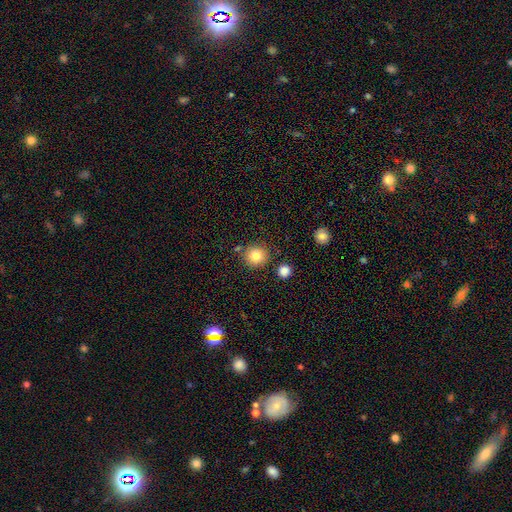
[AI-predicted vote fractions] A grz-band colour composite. It shows a smooth galaxy with no disk features (82%) that is round (91%). Merging: none (83%).